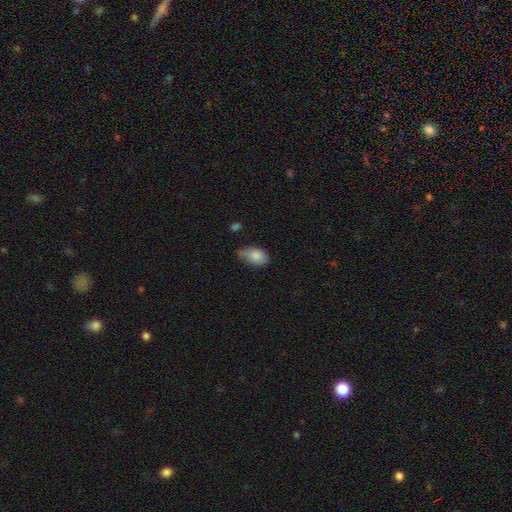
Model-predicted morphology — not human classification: type=smooth (85%); roundness=in between (87%); merging=minor disturbance (45%).